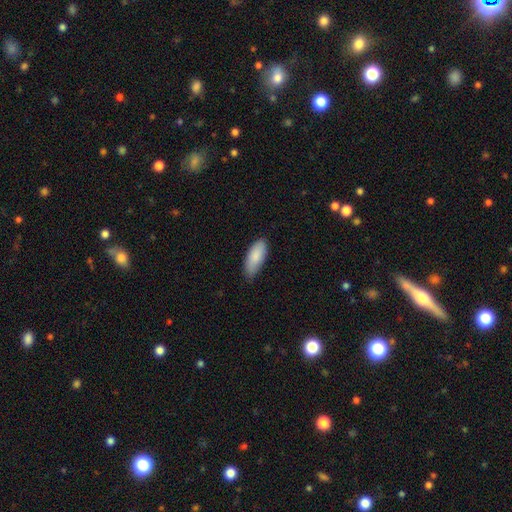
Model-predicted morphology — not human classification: Overall: smooth (87%). How rounded: in between (83%). Merging: none (75%).